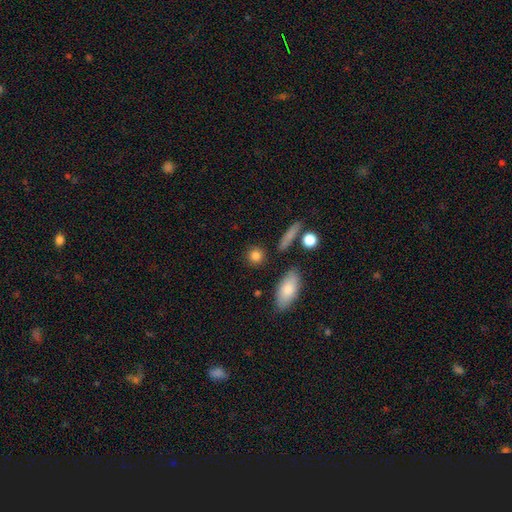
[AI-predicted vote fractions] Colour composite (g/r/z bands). It shows a smooth galaxy with no disk features (84%) that is round (81%). Merging: none (85%).